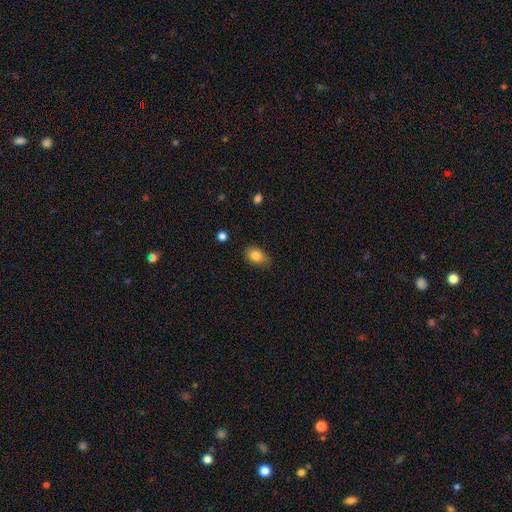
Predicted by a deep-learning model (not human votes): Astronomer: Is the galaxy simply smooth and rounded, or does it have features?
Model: smooth — 82%.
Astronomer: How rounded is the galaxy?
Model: in between — 76%.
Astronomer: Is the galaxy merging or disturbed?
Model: none — 70%.